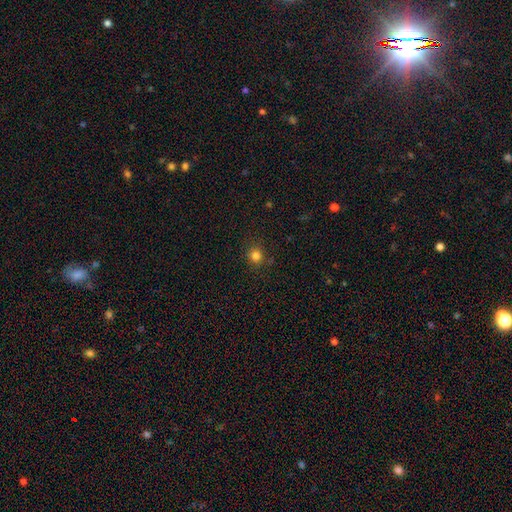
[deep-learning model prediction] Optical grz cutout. It shows a smooth galaxy with no disk features (81%) that is round (90%). Merging: none (87%).